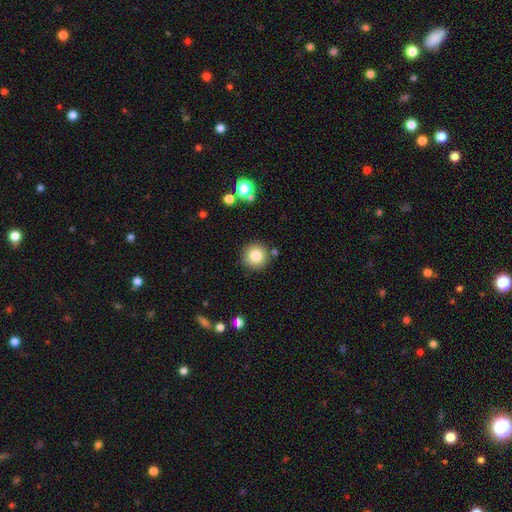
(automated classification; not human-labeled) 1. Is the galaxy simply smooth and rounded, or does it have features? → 83% smooth, 10% star or artifact, 7% featured or disk.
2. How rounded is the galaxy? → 95% round, 4% in between, 1% cigar-shaped.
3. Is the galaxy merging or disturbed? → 86% none, 7% minor disturbance, 4% merger, 2% major disturbance.